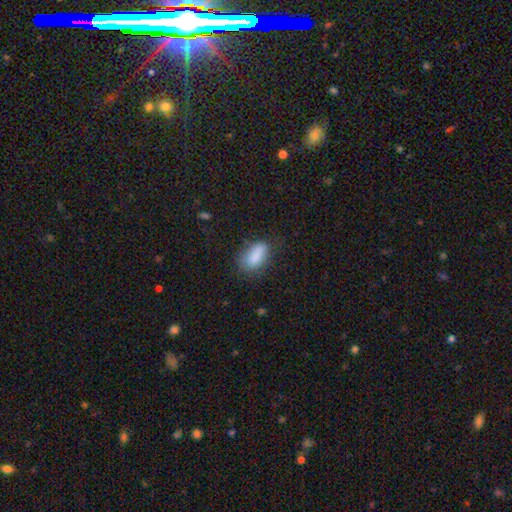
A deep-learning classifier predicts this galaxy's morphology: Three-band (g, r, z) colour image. It shows a smooth galaxy with no disk features (84%) that is in between round and cigar-shaped (90%). Merging: none (65%).